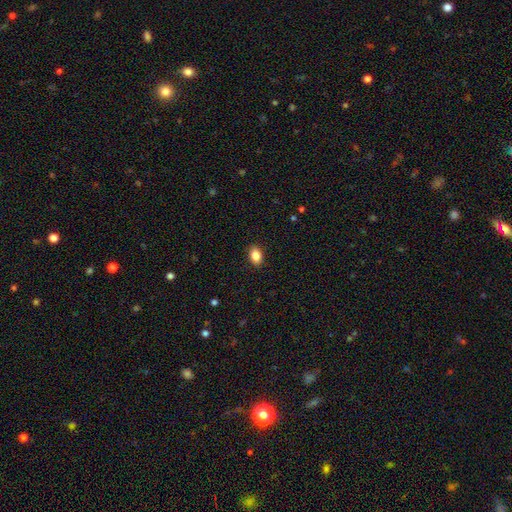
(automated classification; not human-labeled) A smooth galaxy with no disk features (86%) that is in between round and cigar-shaped (81%). Merging: none (90%).